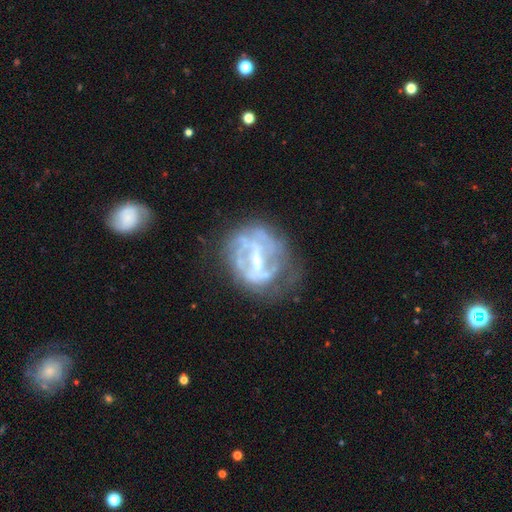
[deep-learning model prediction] smooth-or-featured: featured or disk: 75% | smooth: 15% | star or artifact: 10%
  disk-edge-on: no: 96% | yes: 4%
    bar: strong: 48% | weak: 33% | no: 19%
    has-spiral-arms: yes: 53% | no: 47%
    bulge-size: none: 32% | small: 31% | moderate: 30% | large: 6% | dominant: 2%
  merging: none: 49% | major disturbance: 24% | minor disturbance: 22% | merger: 4%